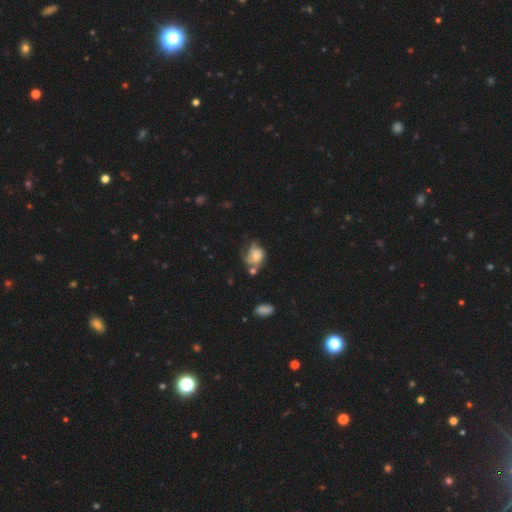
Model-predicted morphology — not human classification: This appears to be a featured or disk galaxy (51%). Merging: none (33%).